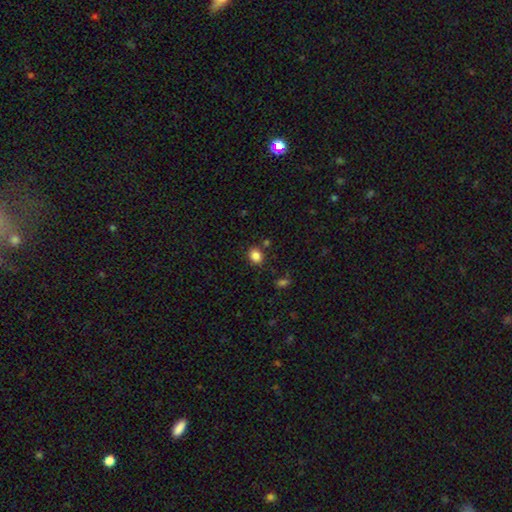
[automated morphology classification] smooth 85%, star or artifact 10%, featured or disk 4%. Down the decision tree: how rounded — round (57%); merging — none (83%).